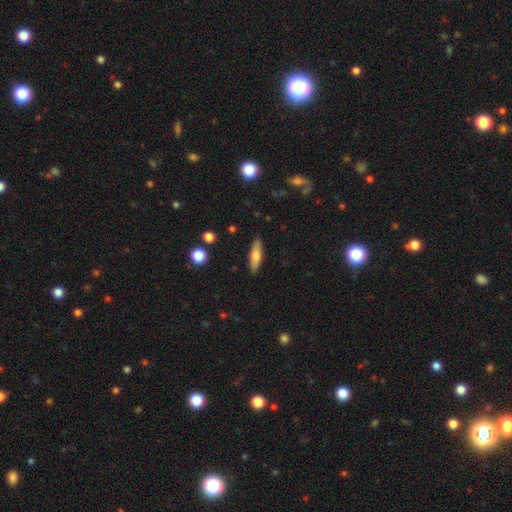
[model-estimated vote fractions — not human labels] Overall: smooth (65%; featured or disk 28%). How rounded: cigar-shaped (63%; in between 34%). Merging: none (88%).